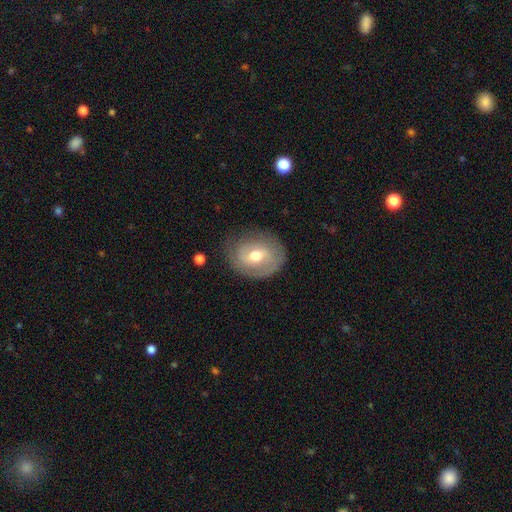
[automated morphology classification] This is likely a featured or disk galaxy (61%). It is clearly not viewed edge-on (96%). Bar: possibly weak (47%). Spiral arm pattern: likely yes (71%). Central bulge: likely moderate (74%). Merging: likely none (74%).